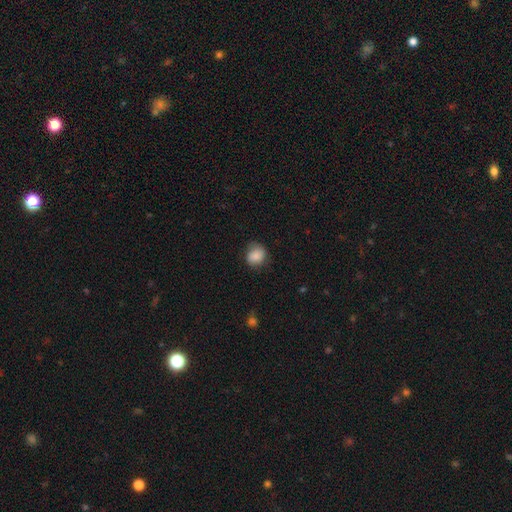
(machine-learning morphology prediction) This is clearly a smooth galaxy (84%). How rounded: likely round (69%). Merging: likely none (70%).